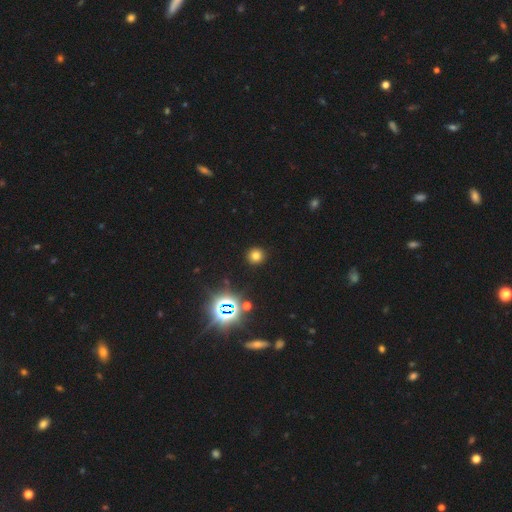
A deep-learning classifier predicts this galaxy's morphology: The model was most divided on "smooth or featured": smooth: 70%, star or artifact: 24%, featured or disk: 6%. More confident: how rounded — round (93%); merging — none (91%).